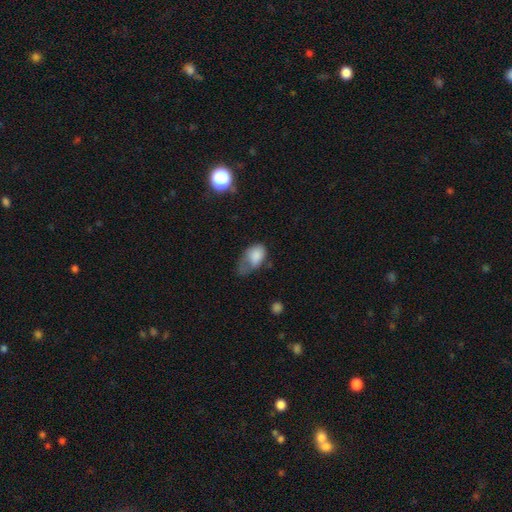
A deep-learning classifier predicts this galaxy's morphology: Q: Smooth or featured?
A: smooth (79%); runner-up: featured or disk (13%)
Q: How rounded?
A: in between (87%); runner-up: round (11%)
Q: Merging?
A: major disturbance (41%); runner-up: minor disturbance (34%)